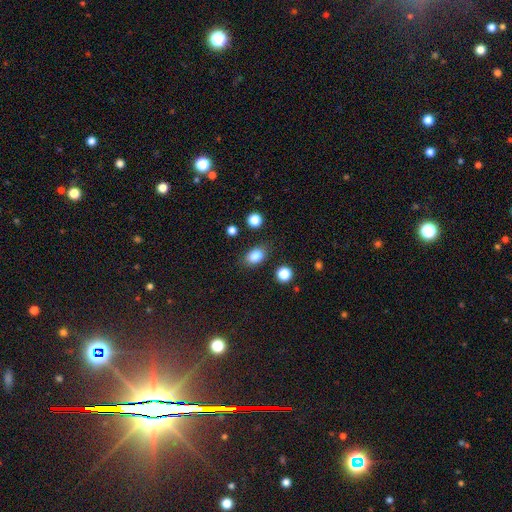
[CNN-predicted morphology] This appears to be a smooth galaxy with no disk features (85%) that is in between round and cigar-shaped (78%). Merging: none (79%).